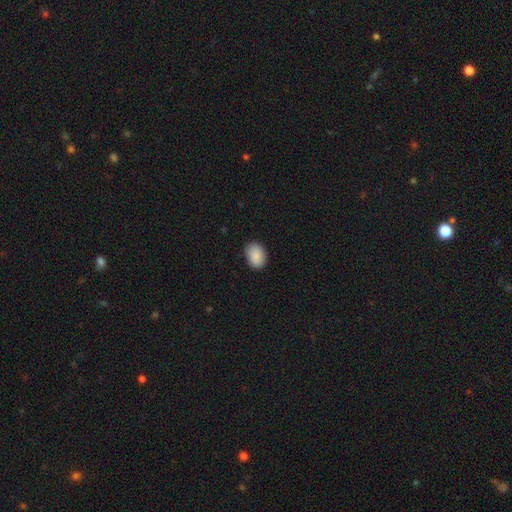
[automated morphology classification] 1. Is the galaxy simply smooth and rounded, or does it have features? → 89% smooth, 7% star or artifact, 4% featured or disk.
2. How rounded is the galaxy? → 76% in between, 23% round, 1% cigar-shaped.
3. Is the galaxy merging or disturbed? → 84% none, 13% minor disturbance, 2% major disturbance, 1% merger.